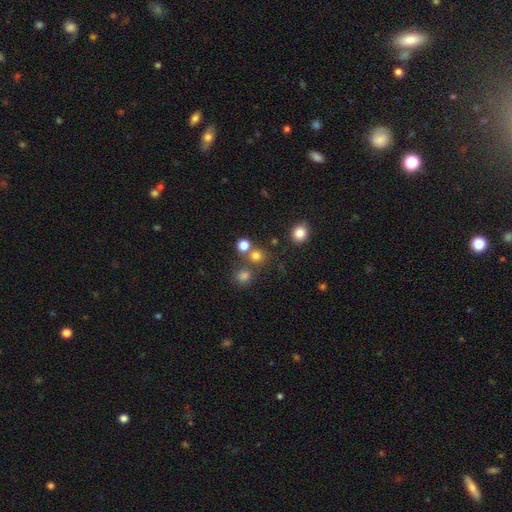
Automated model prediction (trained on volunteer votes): A smooth galaxy with no disk features (75%) that is round (88%). Merging: none (69%).